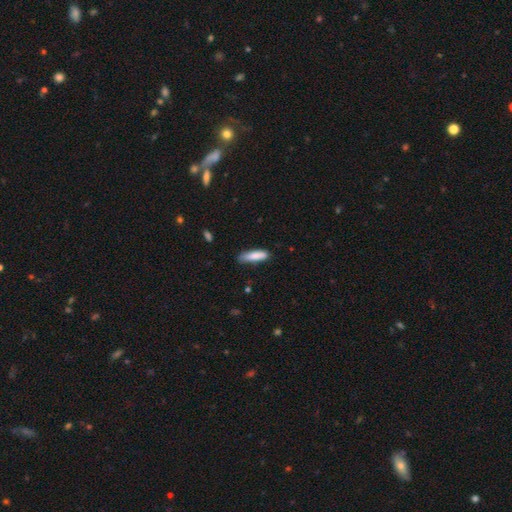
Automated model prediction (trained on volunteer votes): This appears to be a smooth galaxy with no disk features (83%) that is cigar-shaped (69%). Merging: none (75%).